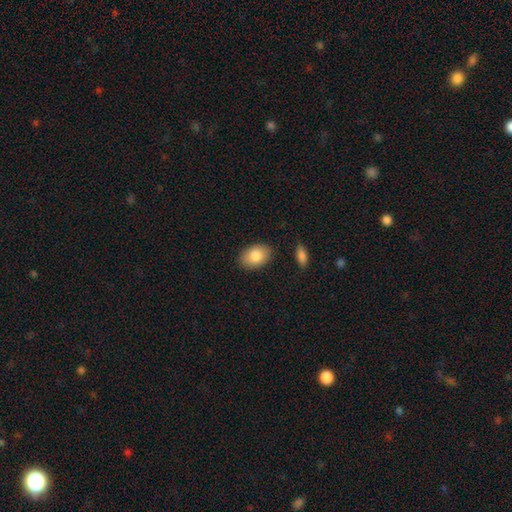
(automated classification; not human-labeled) Smooth or featured? smooth (84%)
How rounded? in between (87%)
Merging? none (85%)